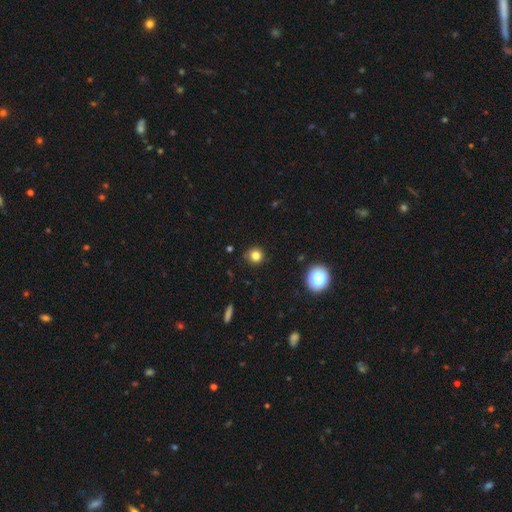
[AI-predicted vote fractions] smooth_or_featured: smooth (p=0.80) [alt: star or artifact p=0.15]
how_rounded: round (p=0.92) [alt: in between p=0.07]
merging: none (p=0.87) [alt: minor disturbance p=0.09]